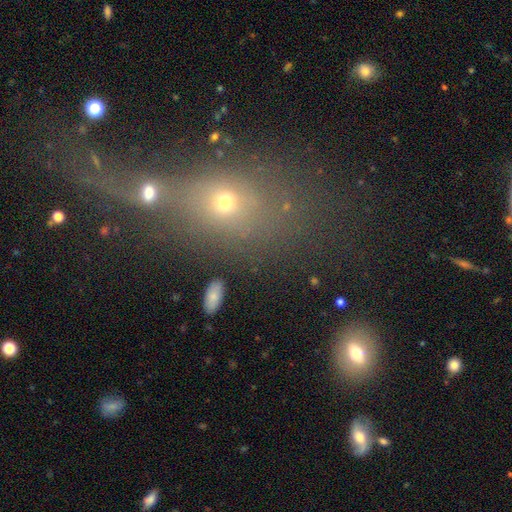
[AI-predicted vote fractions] This appears to be a smooth galaxy with no disk features (54%) that is in between round and cigar-shaped (61%). Merging: none (44%).